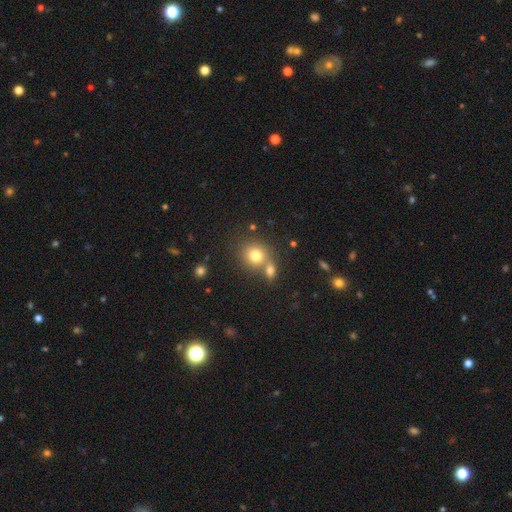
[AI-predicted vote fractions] This appears to be a smooth galaxy with no disk features (78%) that is round (82%). Merging: none (55%).